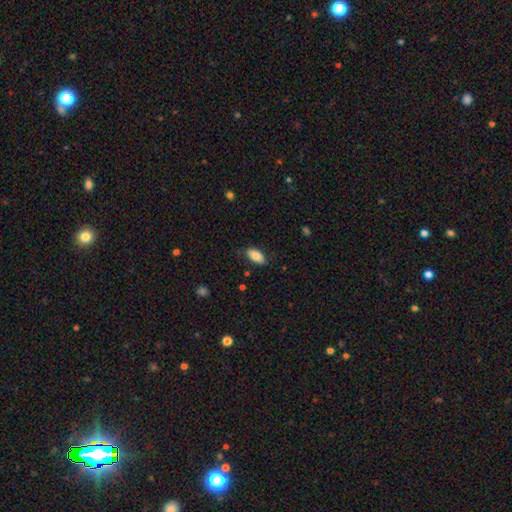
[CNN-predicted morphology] Q: Smooth or featured?
A: smooth (81%); runner-up: featured or disk (12%)
Q: How rounded?
A: in between (92%); runner-up: cigar-shaped (5%)
Q: Merging?
A: none (78%); runner-up: minor disturbance (17%)